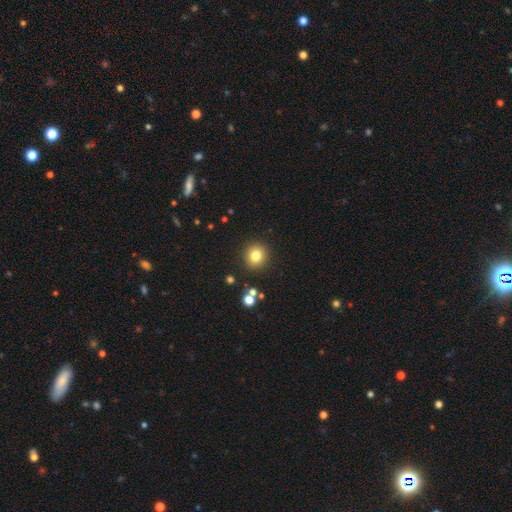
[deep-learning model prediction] smooth-or-featured: smooth: 80% | star or artifact: 13% | featured or disk: 7%
  how-rounded: round: 90% | in between: 10% | cigar-shaped: 1%
  merging: none: 89% | minor disturbance: 6% | merger: 2% | major disturbance: 2%